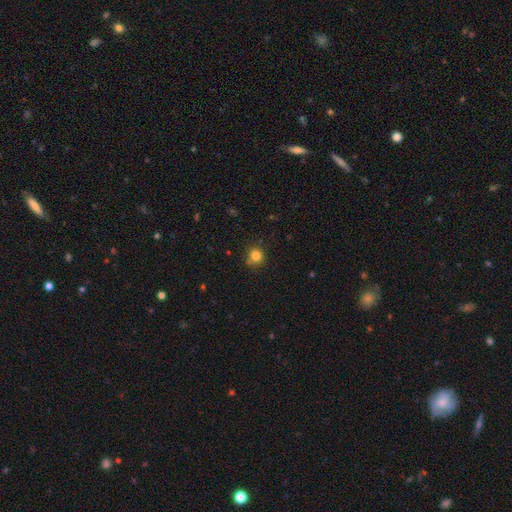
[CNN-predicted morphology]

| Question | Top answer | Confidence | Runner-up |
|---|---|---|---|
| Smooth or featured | smooth | 81% | star or artifact (13%) |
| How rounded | round | 89% | in between (10%) |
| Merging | none | 79% | minor disturbance (14%) |